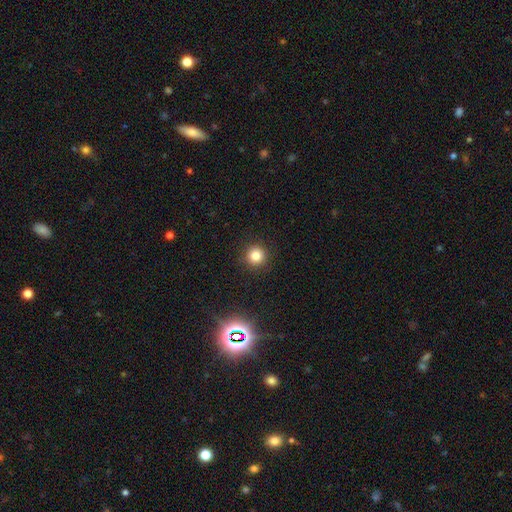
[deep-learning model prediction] A smooth galaxy with no disk features (80%) that is round (94%). Merging: none (91%).